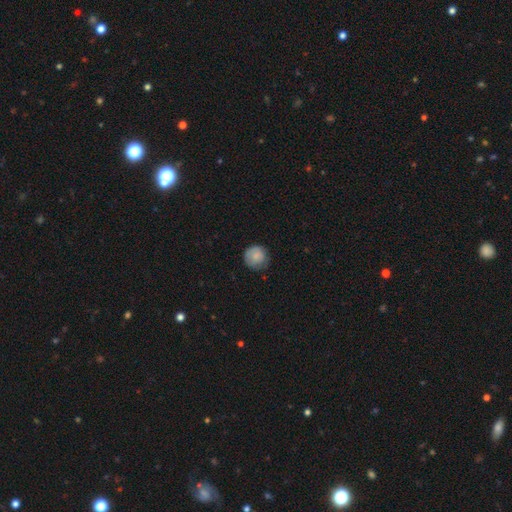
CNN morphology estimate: This appears to be a smooth galaxy with no disk features (81%) that is round (93%). Merging: none (76%).